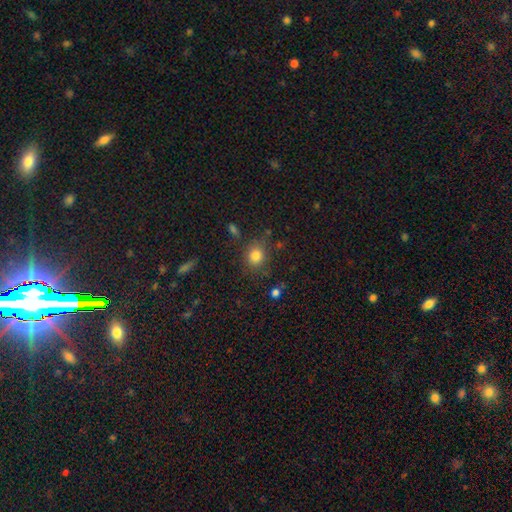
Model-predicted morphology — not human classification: smooth-or-featured: smooth: 82% | star or artifact: 12% | featured or disk: 6%
  how-rounded: round: 71% | in between: 28% | cigar-shaped: 1%
  merging: none: 77% | minor disturbance: 14% | major disturbance: 5% | merger: 4%